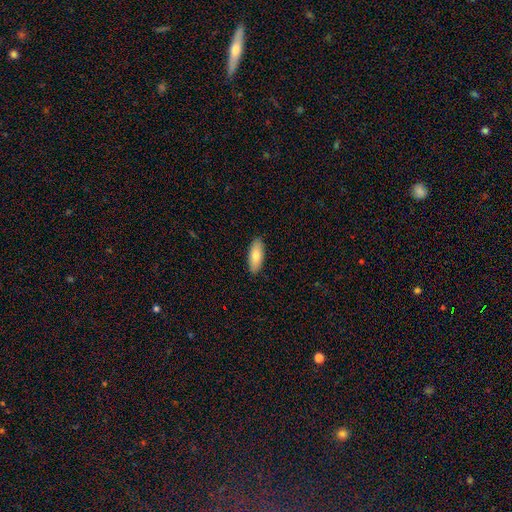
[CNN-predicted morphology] Smooth or featured? Predicted: smooth (p=0.79). How rounded? Predicted: in between (p=0.80). Merging? Predicted: none (p=0.90).